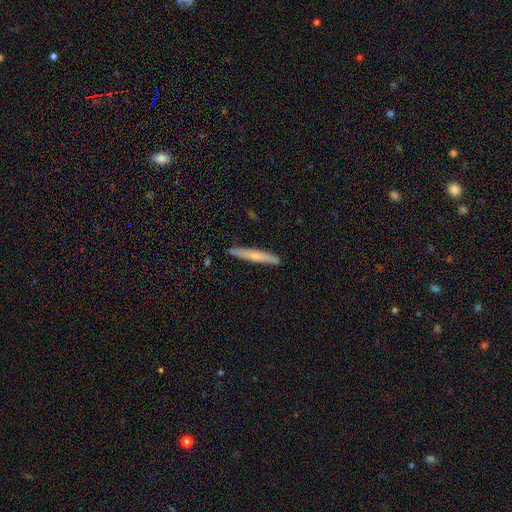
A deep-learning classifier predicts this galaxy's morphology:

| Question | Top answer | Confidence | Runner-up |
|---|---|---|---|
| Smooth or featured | smooth | 63% | featured or disk (31%) |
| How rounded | cigar-shaped | 95% | in between (3%) |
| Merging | none | 88% | minor disturbance (9%) |